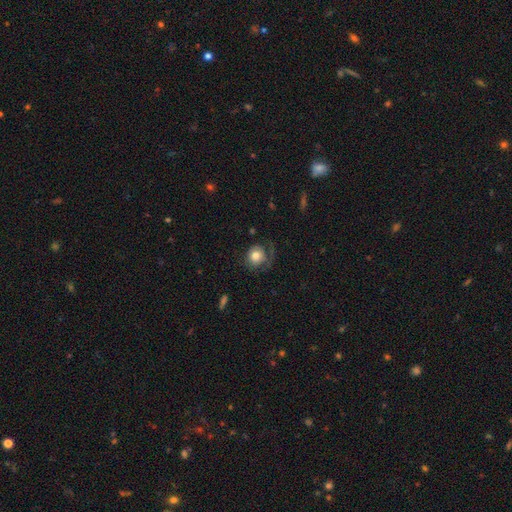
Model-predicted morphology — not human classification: A smooth galaxy with no disk features (66%) that is round (82%).

Vote fractions:
- Smooth or featured? smooth: 66% / featured or disk: 26% / star or artifact: 8%
- How rounded? round: 82% / in between: 17% / cigar-shaped: 1%
- Merging? none: 51% / major disturbance: 27% / minor disturbance: 19% / merger: 2%